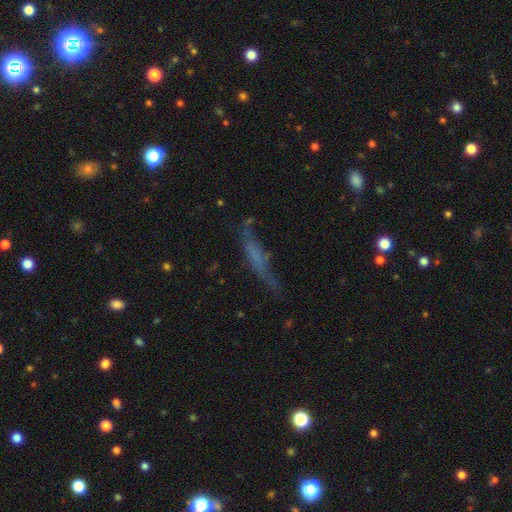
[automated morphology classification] A smooth galaxy with no disk features (43%). Merging: none (53%).